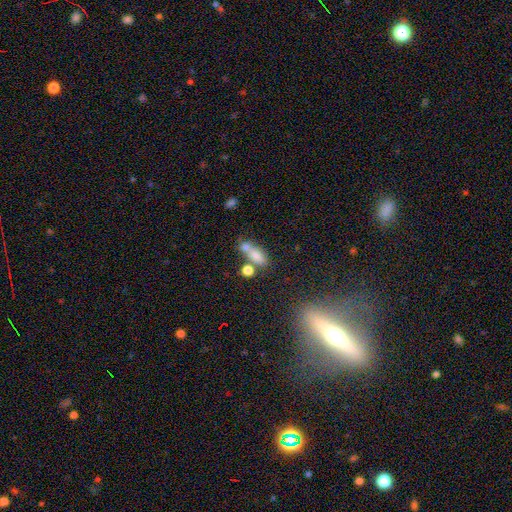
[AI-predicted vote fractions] This is likely a smooth galaxy (72%). How rounded: likely in between (72%). Merging: marginally merger (43%).